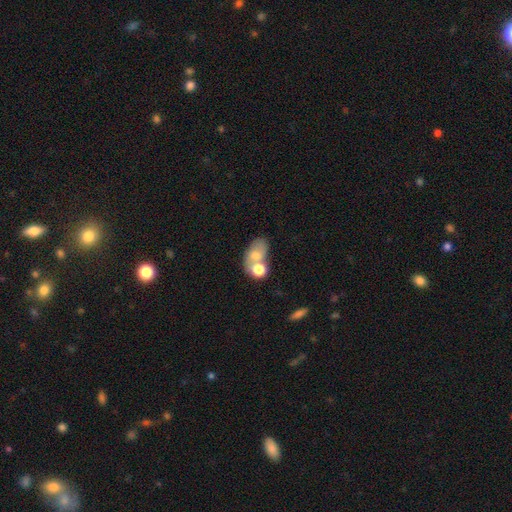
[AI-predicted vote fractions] A smooth galaxy with no disk features (64%) that is in between round and cigar-shaped (75%). Merging: merger (50%).